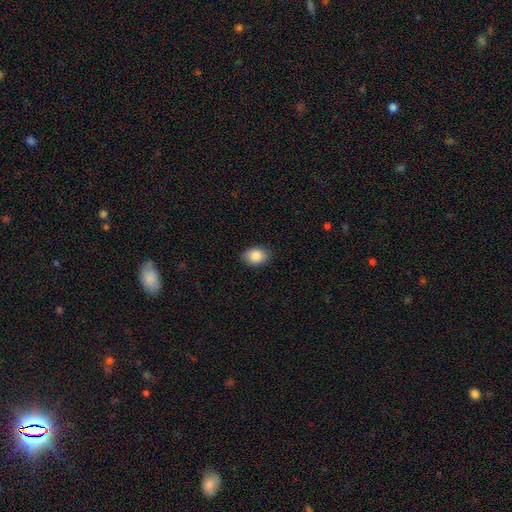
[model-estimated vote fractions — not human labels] This is clearly a smooth galaxy (86%). How rounded: likely in between (74%). Merging: clearly none (85%).